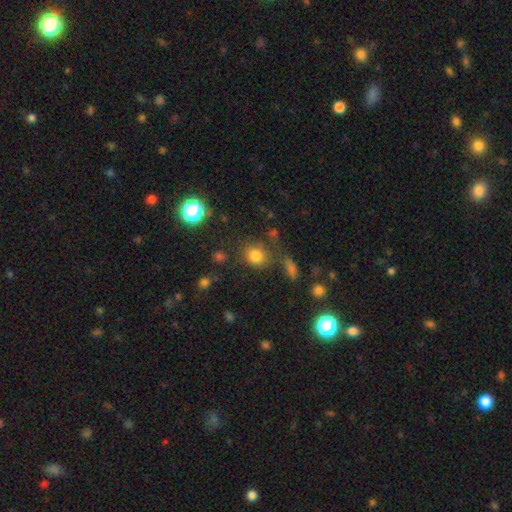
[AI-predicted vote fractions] The model was most divided on "how rounded": round: 79%, in between: 20%, cigar-shaped: 1%. More confident: smooth or featured — smooth (76%); merging — none (72%).